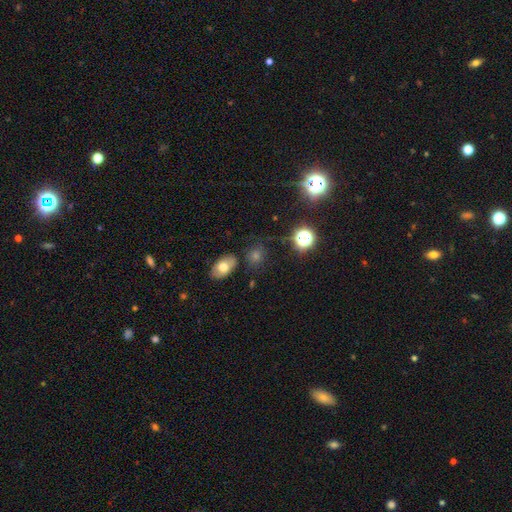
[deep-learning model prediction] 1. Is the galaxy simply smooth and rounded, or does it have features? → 53% smooth, 32% star or artifact, 16% featured or disk.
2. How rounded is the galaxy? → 54% round, 43% in between, 2% cigar-shaped.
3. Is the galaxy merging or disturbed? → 76% none, 12% minor disturbance, 7% merger, 4% major disturbance.